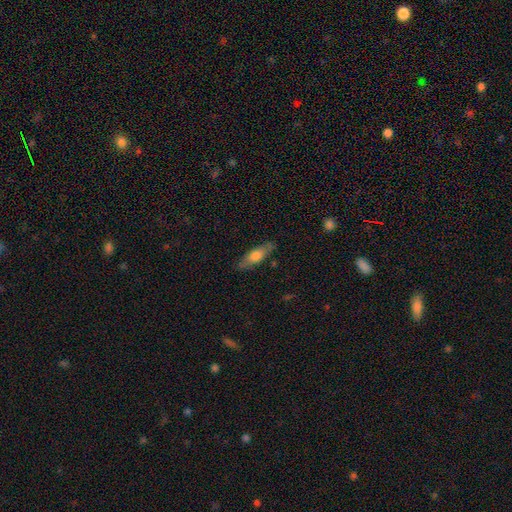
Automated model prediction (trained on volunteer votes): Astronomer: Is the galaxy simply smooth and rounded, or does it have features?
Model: smooth — 60%.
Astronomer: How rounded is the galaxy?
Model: cigar-shaped — 53% (runner-up: in between, 45%).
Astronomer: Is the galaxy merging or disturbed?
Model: none — 83%.